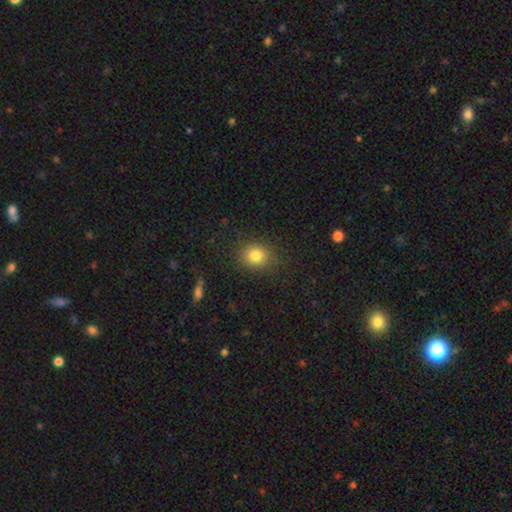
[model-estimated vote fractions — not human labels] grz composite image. It shows a smooth galaxy with no disk features (81%) that is round (72%). Merging: none (86%).